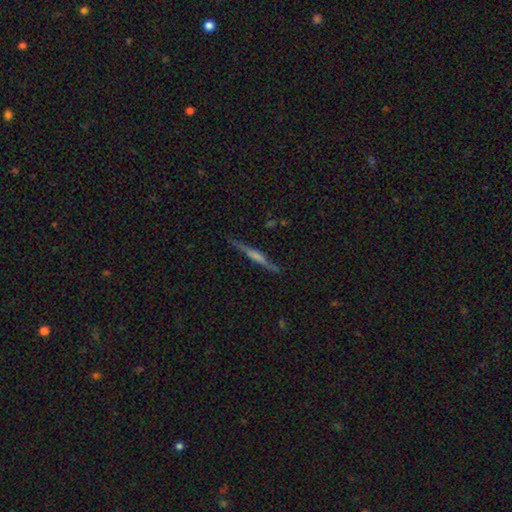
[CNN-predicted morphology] Q: Smooth or featured?
A: featured or disk (70%); runner-up: smooth (23%)
Q: Edge-on disk?
A: yes (97%); runner-up: no (3%)
Q: Edge-on bulge?
A: rounded (46%); runner-up: boxy (28%)
Q: Merging?
A: none (87%); runner-up: minor disturbance (9%)